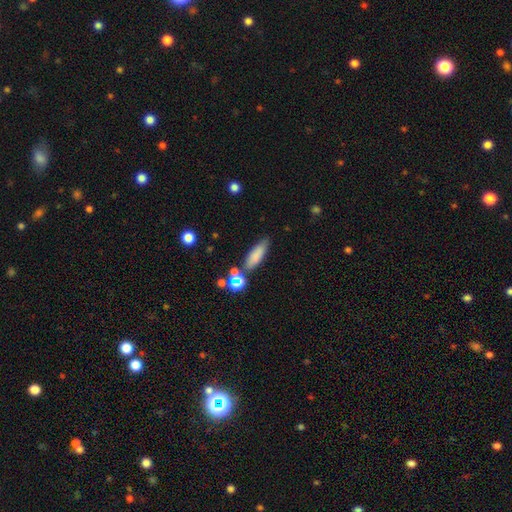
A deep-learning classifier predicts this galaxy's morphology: Smooth or featured? smooth (77%)
How rounded? cigar-shaped (49%)
Merging? none (70%)